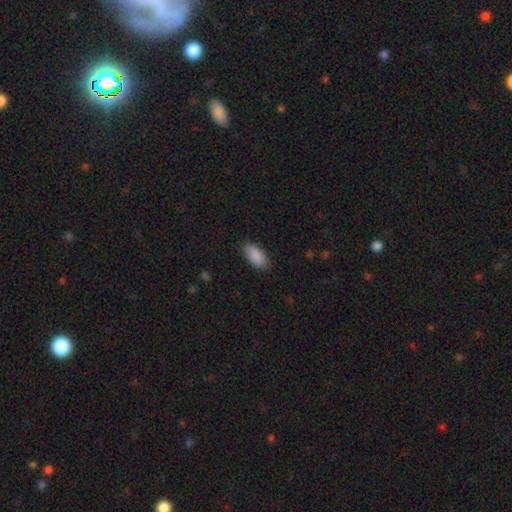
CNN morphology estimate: Smooth or featured: smooth — 90% (star or artifact — 6%)
How rounded: in between — 93% (cigar-shaped — 5%)
Merging: none — 85% (minor disturbance — 12%)